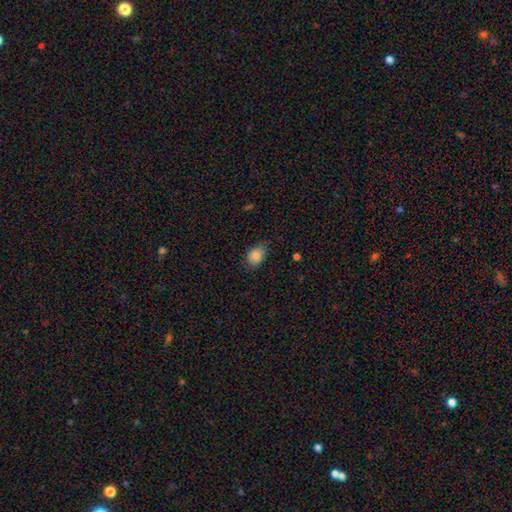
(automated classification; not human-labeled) smooth_or_featured: smooth (p=0.86) [alt: star or artifact p=0.08]
how_rounded: in between (p=0.70) [alt: round p=0.29]
merging: none (p=0.75) [alt: minor disturbance p=0.20]